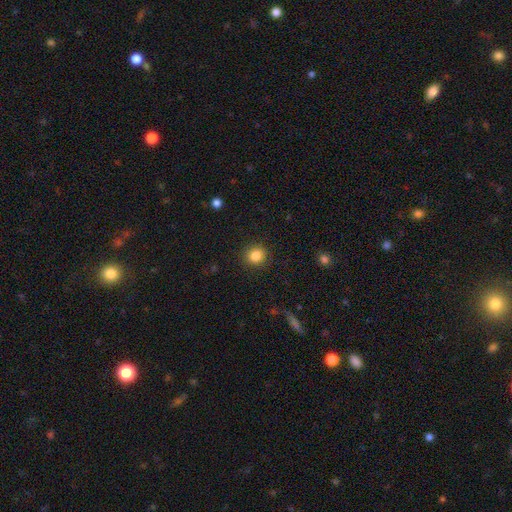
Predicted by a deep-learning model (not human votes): This is clearly a smooth galaxy (85%). How rounded: clearly round (88%). Merging: clearly none (90%).